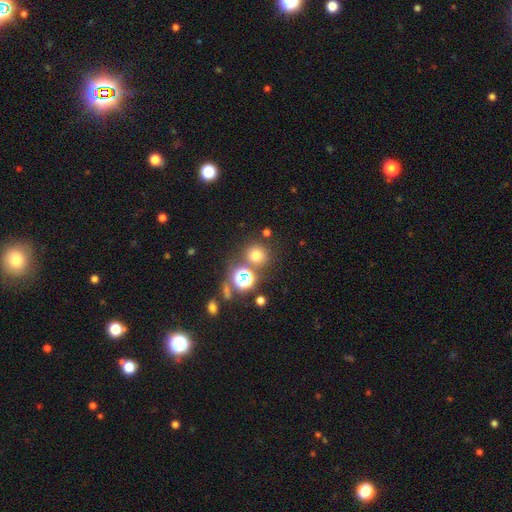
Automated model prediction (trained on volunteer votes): A smooth galaxy with no disk features (68%) that is round (90%). Merging: none (73%).